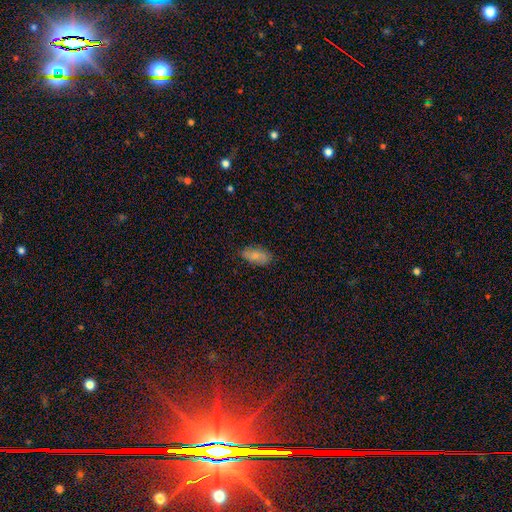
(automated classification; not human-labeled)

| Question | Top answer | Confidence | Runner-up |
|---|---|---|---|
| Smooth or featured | smooth | 79% | featured or disk (14%) |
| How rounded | in between | 92% | cigar-shaped (5%) |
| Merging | none | 80% | minor disturbance (16%) |